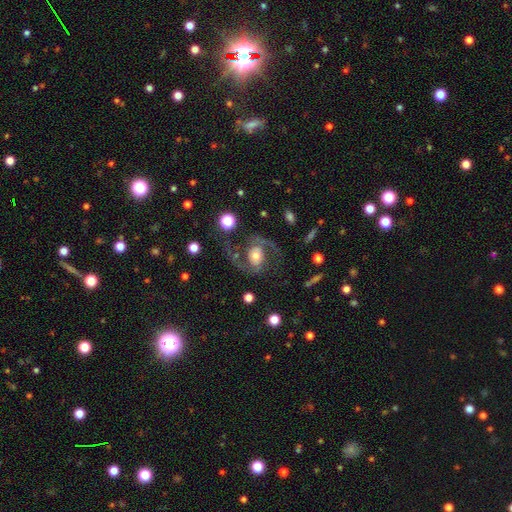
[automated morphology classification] Overall: featured or disk (84%). Edge-on disk: no (98%). Bar: no (64%; weak 26%). Spiral arms: yes (94%). Spiral arm count: 2 (93%). Spiral winding: medium (54%; loose 33%). Bulge size: moderate (59%; small 21%). Merging: none (71%).